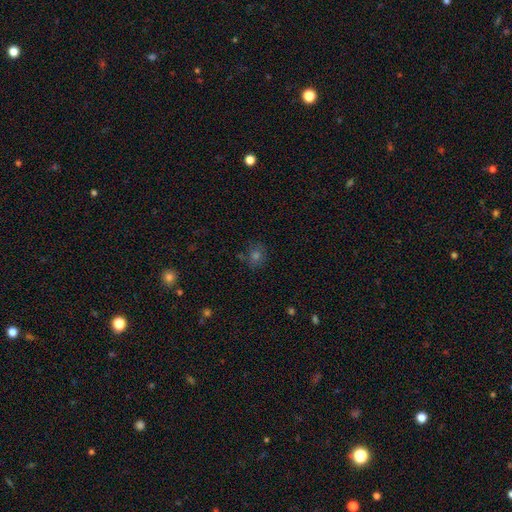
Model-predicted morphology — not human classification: This is possibly a smooth galaxy (55%). How rounded: clearly round (82%). Merging: likely none (80%).